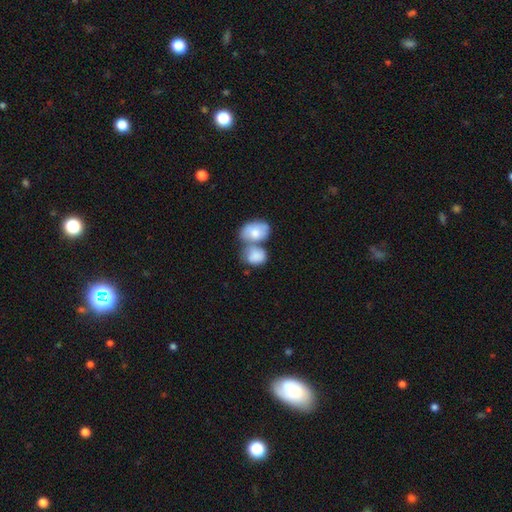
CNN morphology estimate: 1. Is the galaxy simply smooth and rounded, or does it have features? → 76% smooth, 18% featured or disk, 6% star or artifact.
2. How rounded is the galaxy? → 69% in between, 30% round, 1% cigar-shaped.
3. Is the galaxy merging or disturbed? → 60% merger, 22% none, 12% minor disturbance, 6% major disturbance.